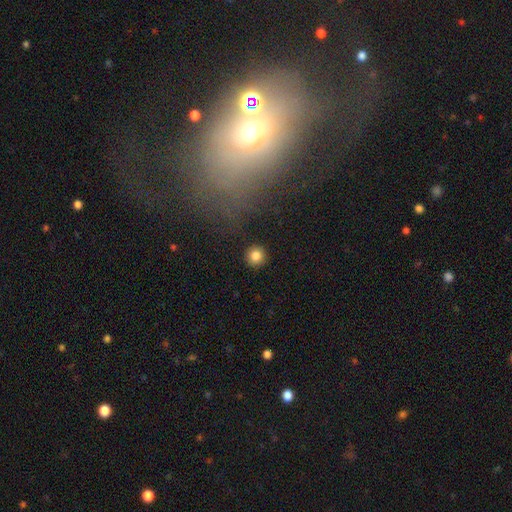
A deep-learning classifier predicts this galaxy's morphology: smooth_or_featured: smooth (p=0.83) [alt: star or artifact p=0.11]
how_rounded: round (p=0.95) [alt: in between p=0.04]
merging: none (p=0.92) [alt: minor disturbance p=0.05]